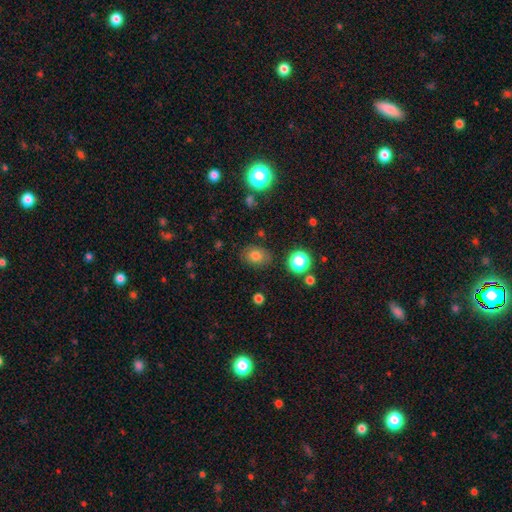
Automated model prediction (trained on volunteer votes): This is likely a smooth galaxy (76%). How rounded: possibly in between (60%). Merging: clearly none (81%).